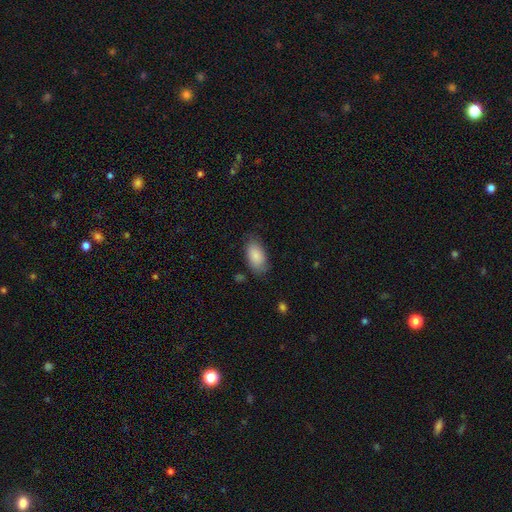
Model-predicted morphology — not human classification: Smooth or featured: smooth — 85% (featured or disk — 9%)
How rounded: in between — 94% (round — 4%)
Merging: none — 75% (minor disturbance — 19%)